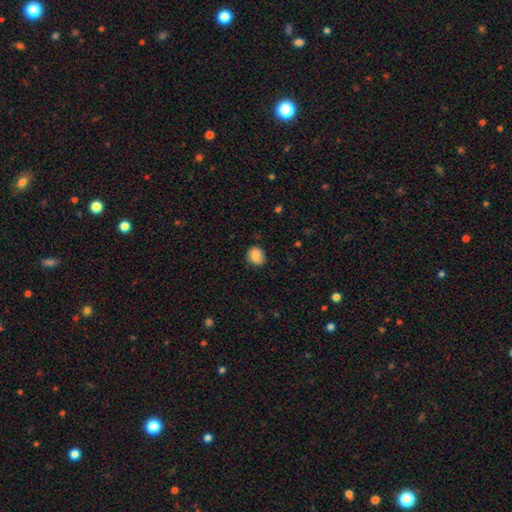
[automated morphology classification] A smooth galaxy with no disk features (82%) that is round (67%). Merging: none (80%).